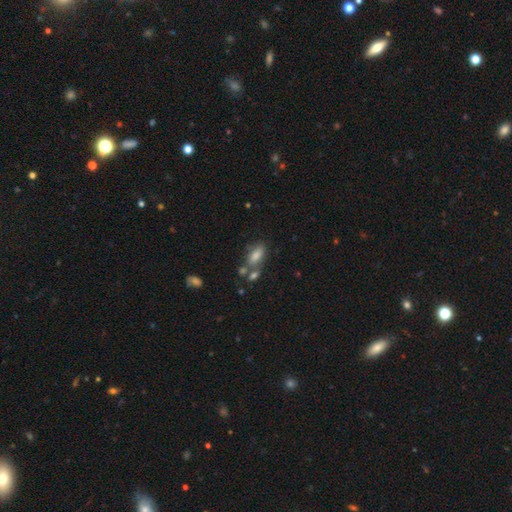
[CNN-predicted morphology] Smooth or featured? smooth (72%)
How rounded? in between (83%)
Merging? none (52%)